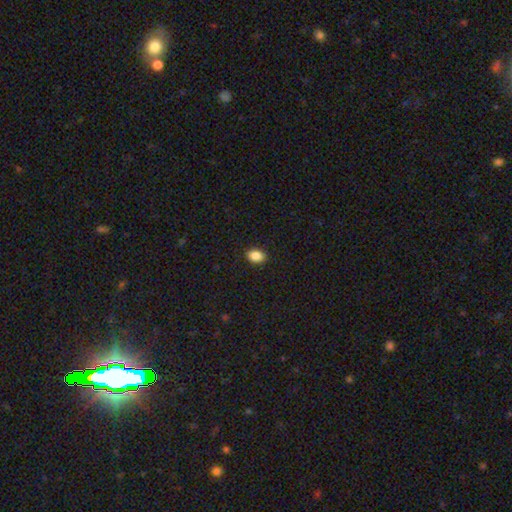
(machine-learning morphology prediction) smooth-or-featured: smooth: 87% | star or artifact: 9% | featured or disk: 4%
  how-rounded: in between: 75% | round: 24% | cigar-shaped: 1%
  merging: none: 89% | minor disturbance: 8% | major disturbance: 2% | merger: 1%